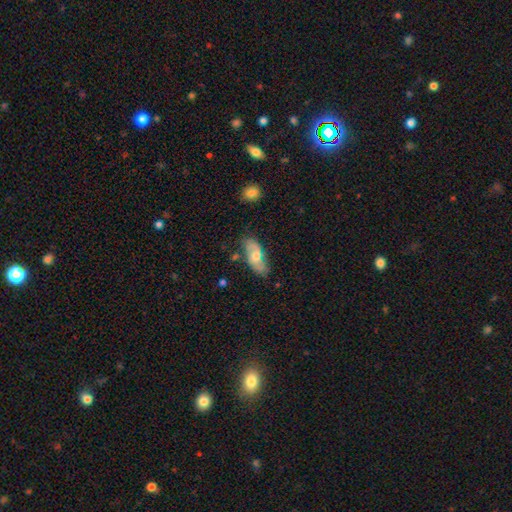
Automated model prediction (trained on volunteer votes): This is possibly a smooth galaxy (50%). Merging: likely none (71%).